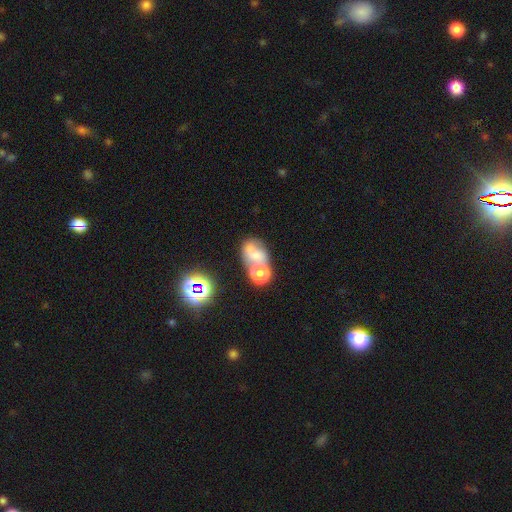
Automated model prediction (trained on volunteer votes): A smooth galaxy with no disk features (51%) that is in between round and cigar-shaped (61%). Merging: merger (52%).